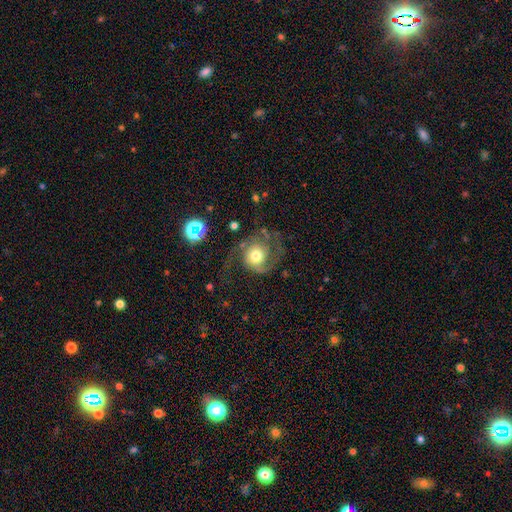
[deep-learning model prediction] smooth_or_featured: featured or disk (p=0.73) [alt: smooth p=0.19]
disk_edge_on: no (p=0.98) [alt: yes p=0.02]
bar: no (p=0.77) [alt: weak p=0.19]
has_spiral_arms: yes (p=0.93) [alt: no p=0.07]
spiral_winding: medium (p=0.45) [alt: loose p=0.37]
spiral_arm_count: 2 (p=0.77) [alt: 1 p=0.15]
bulge_size: moderate (p=0.59) [alt: large p=0.25]
merging: none (p=0.53) [alt: major disturbance p=0.27]